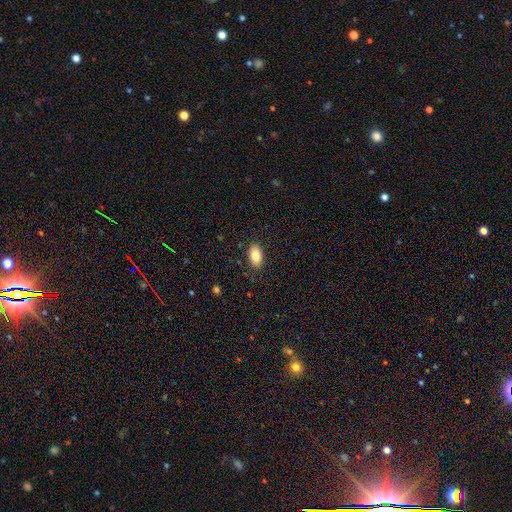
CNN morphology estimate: This is clearly a smooth galaxy (82%). How rounded: clearly in between (91%). Merging: clearly none (86%).